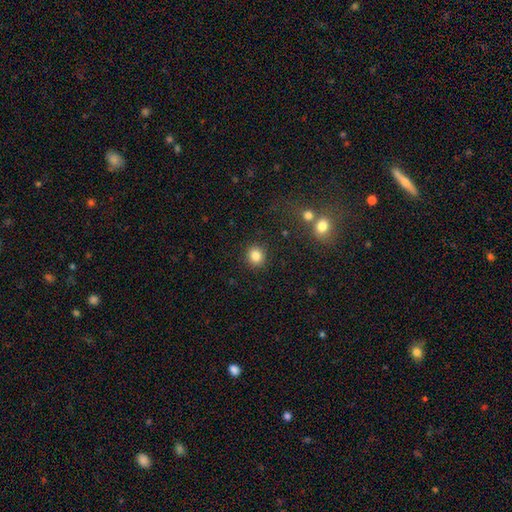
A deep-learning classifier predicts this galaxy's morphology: A smooth galaxy with no disk features (84%) that is round (86%).

Vote fractions:
- Smooth or featured? smooth: 84% / star or artifact: 11% / featured or disk: 5%
- How rounded? round: 86% / in between: 14% / cigar-shaped: 1%
- Merging? none: 90% / minor disturbance: 6% / major disturbance: 2% / merger: 2%